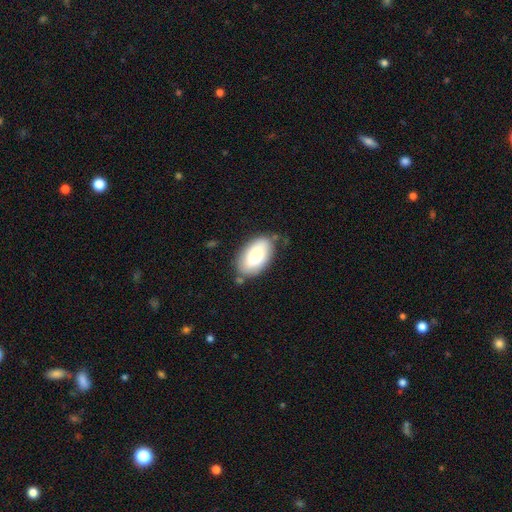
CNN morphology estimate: Smooth or featured? Predicted: smooth (p=0.75). How rounded? Predicted: in between (p=0.94). Merging? Predicted: none (p=0.71).